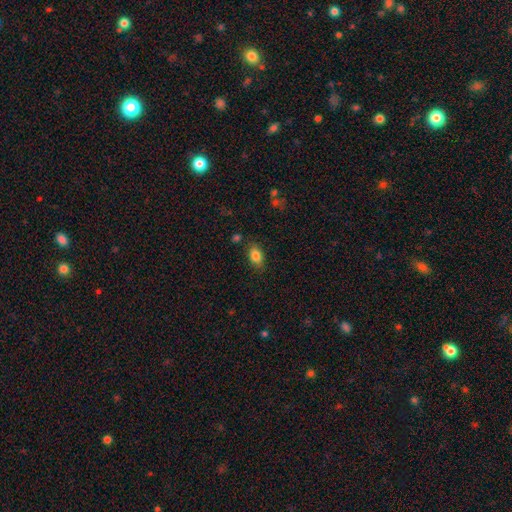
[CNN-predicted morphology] A smooth galaxy with no disk features (84%) that is in between round and cigar-shaped (87%).

Vote fractions:
- Smooth or featured? smooth: 84% / star or artifact: 9% / featured or disk: 7%
- How rounded? in between: 87% / round: 10% / cigar-shaped: 3%
- Merging? none: 81% / minor disturbance: 13% / major disturbance: 3% / merger: 3%